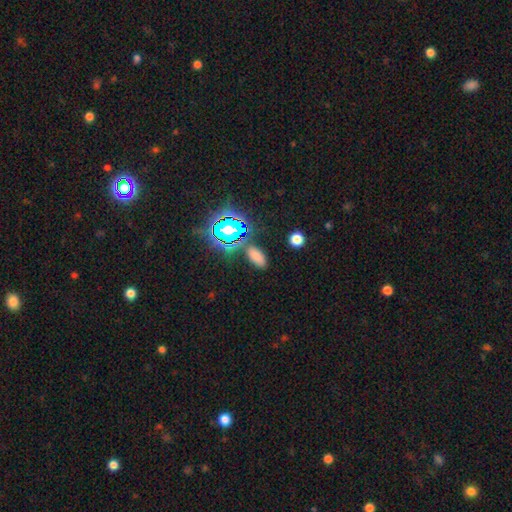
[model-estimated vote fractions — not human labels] Morphology: type=smooth (70%); roundness=in between (88%); merging=none (83%).